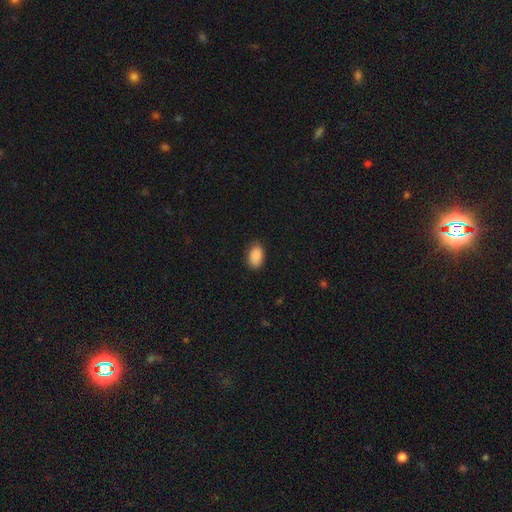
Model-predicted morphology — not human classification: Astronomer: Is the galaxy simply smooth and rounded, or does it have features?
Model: smooth — 90%.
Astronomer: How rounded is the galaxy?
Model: in between — 90%.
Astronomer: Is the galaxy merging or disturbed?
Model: none — 83%.